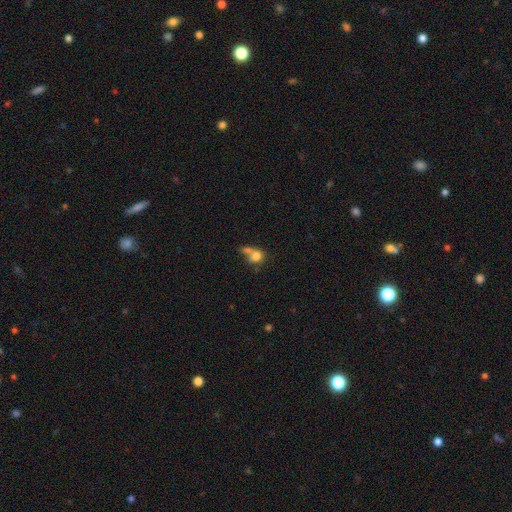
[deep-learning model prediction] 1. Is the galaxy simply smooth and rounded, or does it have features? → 74% smooth, 15% featured or disk, 11% star or artifact.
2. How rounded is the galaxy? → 54% round, 43% in between, 3% cigar-shaped.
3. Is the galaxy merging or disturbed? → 46% merger, 28% none, 13% major disturbance, 12% minor disturbance.